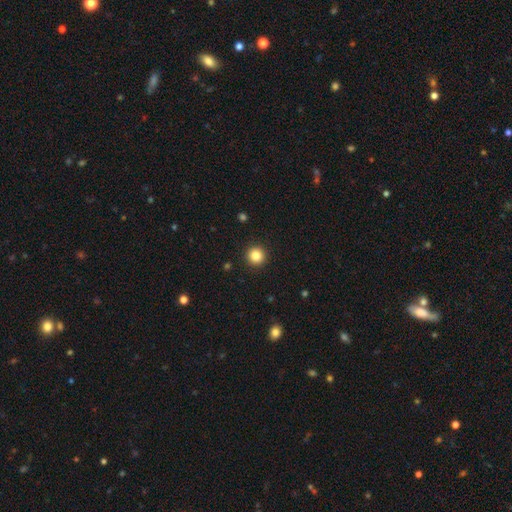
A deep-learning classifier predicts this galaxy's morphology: The model was most divided on "smooth or featured": smooth: 84%, star or artifact: 11%, featured or disk: 5%. More confident: how rounded — round (96%); merging — none (93%).